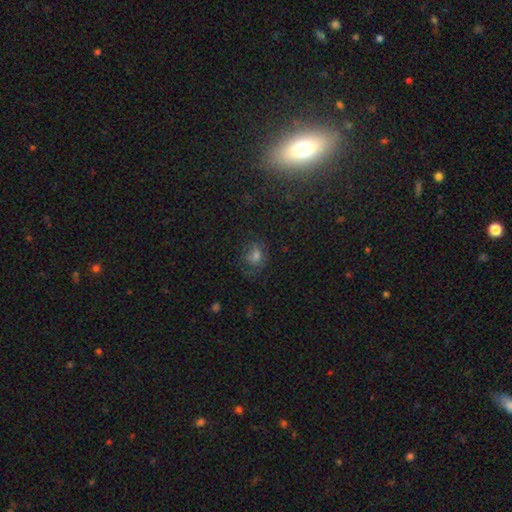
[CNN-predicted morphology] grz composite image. It shows a smooth galaxy with no disk features (46%). Merging: none (67%).